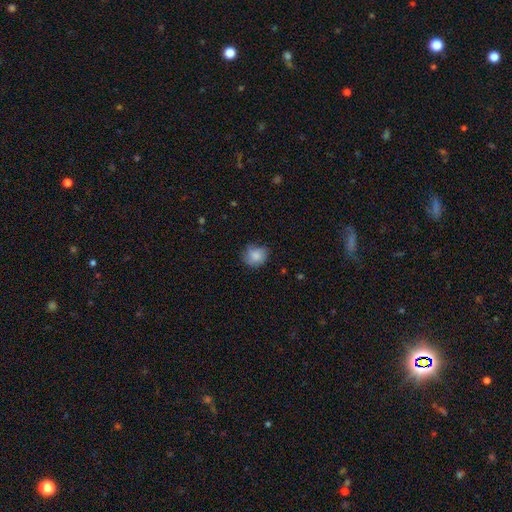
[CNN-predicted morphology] Smooth or featured: smooth — 80% (featured or disk — 12%)
How rounded: round — 68% (in between — 31%)
Merging: none — 67% (minor disturbance — 25%)